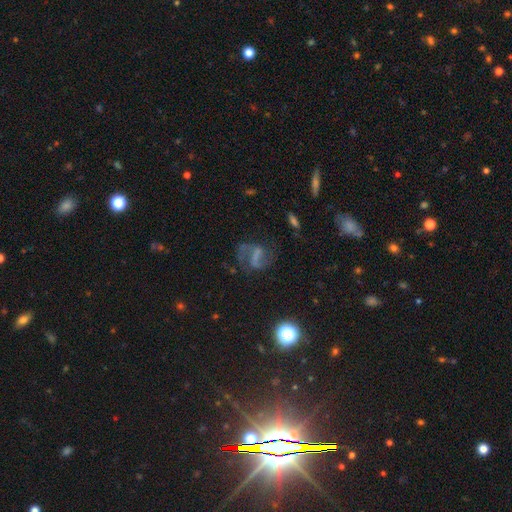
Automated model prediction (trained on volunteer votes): Q: Smooth or featured?
A: featured or disk (67%); runner-up: smooth (18%)
Q: Edge-on disk?
A: no (97%); runner-up: yes (3%)
Q: Bar?
A: strong (43%); runner-up: weak (36%)
Q: Spiral arms?
A: yes (84%); runner-up: no (16%)
Q: Spiral winding?
A: loose (48%); runner-up: medium (42%)
Q: Spiral arm count?
A: 2 (85%); runner-up: can't tell (6%)
Q: Bulge size?
A: none (61%); runner-up: small (21%)
Q: Merging?
A: none (58%); runner-up: major disturbance (21%)